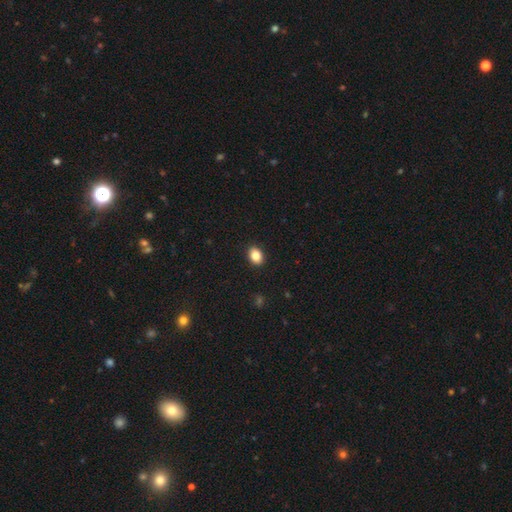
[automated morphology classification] A smooth galaxy with no disk features (85%) that is in between round and cigar-shaped (68%).

Vote fractions:
- Smooth or featured? smooth: 85% / star or artifact: 9% / featured or disk: 6%
- How rounded? in between: 68% / round: 31% / cigar-shaped: 1%
- Merging? none: 90% / minor disturbance: 7% / major disturbance: 2% / merger: 1%